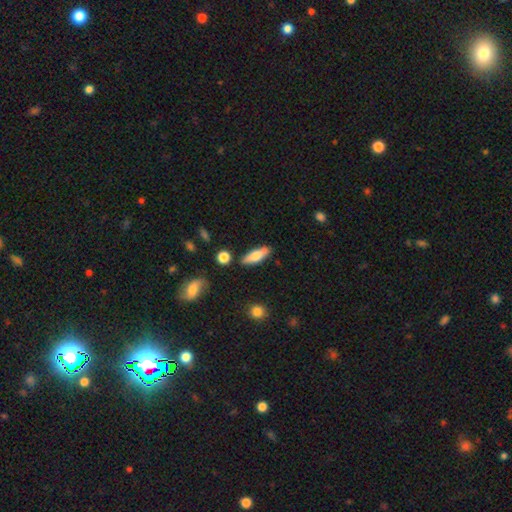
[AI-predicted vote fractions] Q: Smooth or featured?
A: smooth (68%); runner-up: featured or disk (26%)
Q: How rounded?
A: in between (54%); runner-up: cigar-shaped (44%)
Q: Merging?
A: none (82%); runner-up: minor disturbance (12%)